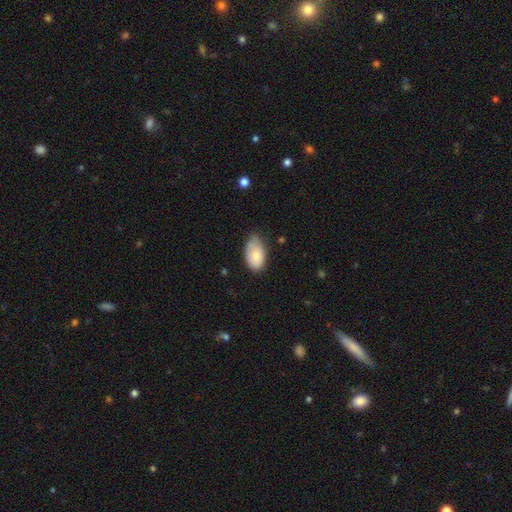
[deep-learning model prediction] This is likely a smooth galaxy (78%). How rounded: clearly in between (93%). Merging: possibly none (54%).